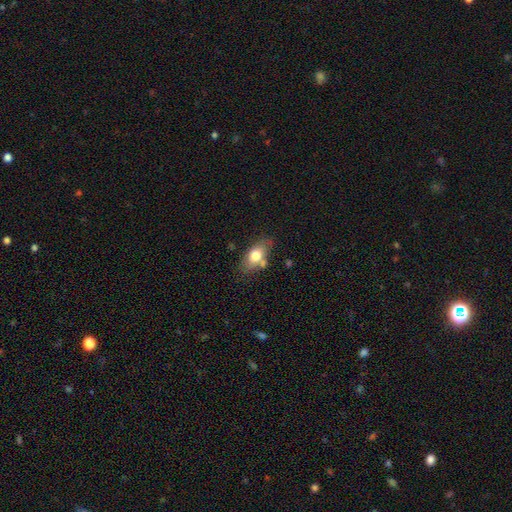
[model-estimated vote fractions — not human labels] smooth-or-featured: smooth: 72% | featured or disk: 20% | star or artifact: 7%
  how-rounded: in between: 85% | round: 8% | cigar-shaped: 7%
  merging: none: 67% | minor disturbance: 18% | merger: 11% | major disturbance: 4%